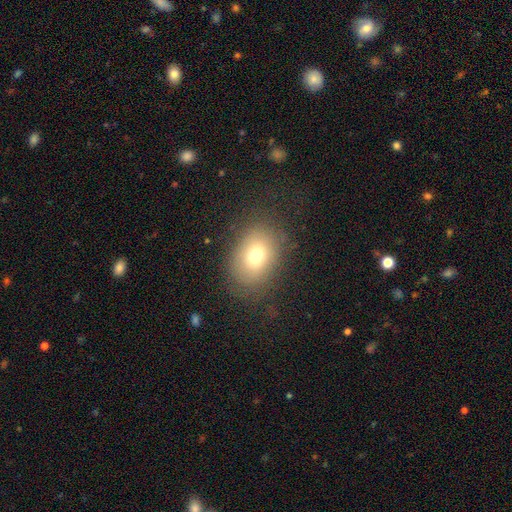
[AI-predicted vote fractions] Smooth or featured: smooth — 72% (featured or disk — 15%)
How rounded: in between — 63% (round — 36%)
Merging: none — 77% (minor disturbance — 14%)